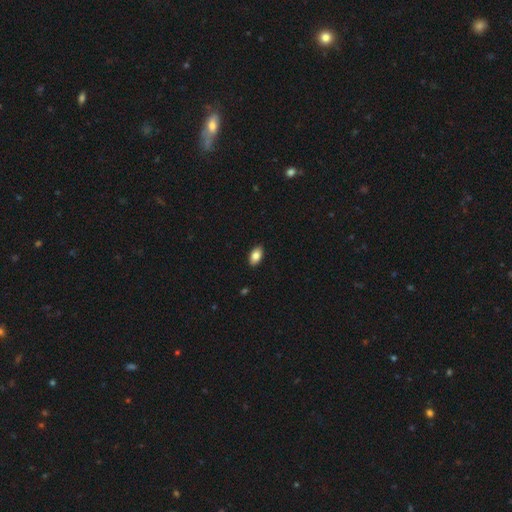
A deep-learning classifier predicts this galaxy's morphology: This is clearly a smooth galaxy (84%). How rounded: clearly in between (93%). Merging: clearly none (90%).